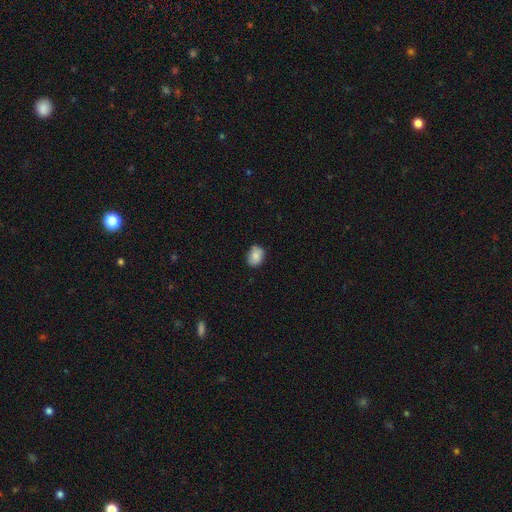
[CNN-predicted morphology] Smooth or featured? smooth (80%)
How rounded? in between (62%)
Merging? none (77%)